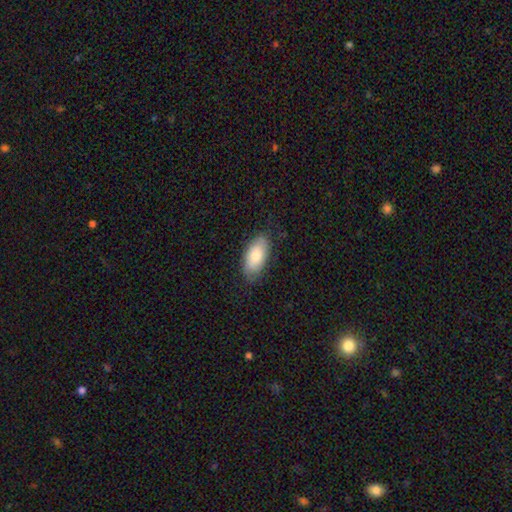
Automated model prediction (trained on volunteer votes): Smooth or featured? smooth (77%)
How rounded? in between (92%)
Merging? none (76%)